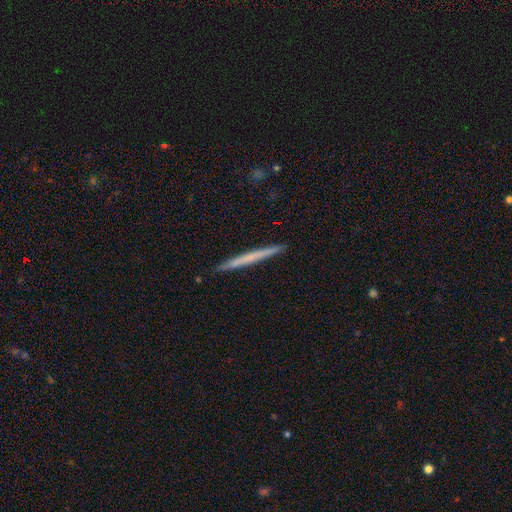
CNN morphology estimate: Smooth or featured: smooth — 49% (featured or disk — 44%)
Merging: none — 92% (minor disturbance — 6%)